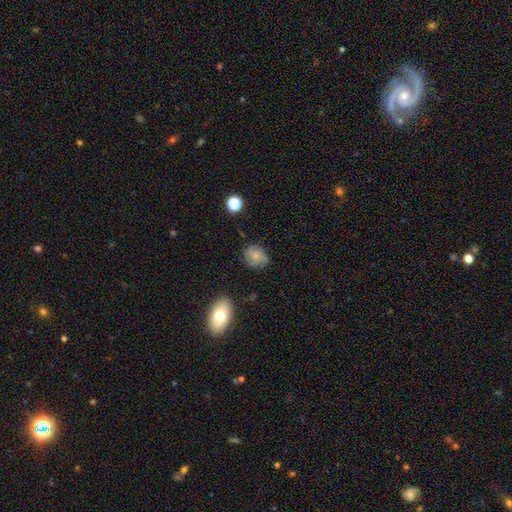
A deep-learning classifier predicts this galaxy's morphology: Smooth or featured?
  - smooth: 73% *
  - featured or disk: 18%
  - star or artifact: 10%
How rounded?
  - in between: 49% * (tied)
  - round: 49% * (tied)
  - cigar-shaped: 1%
Merging?
  - none: 75% *
  - minor disturbance: 18%
  - major disturbance: 5%
  - merger: 2%